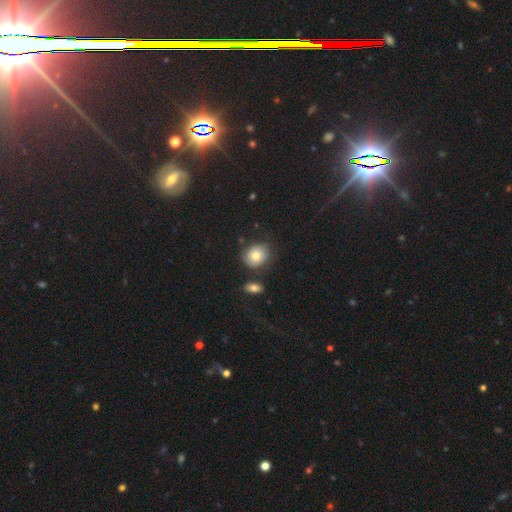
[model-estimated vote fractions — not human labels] Q: Smooth or featured?
A: smooth (72%); runner-up: featured or disk (19%)
Q: How rounded?
A: round (67%); runner-up: in between (32%)
Q: Merging?
A: none (68%); runner-up: minor disturbance (19%)